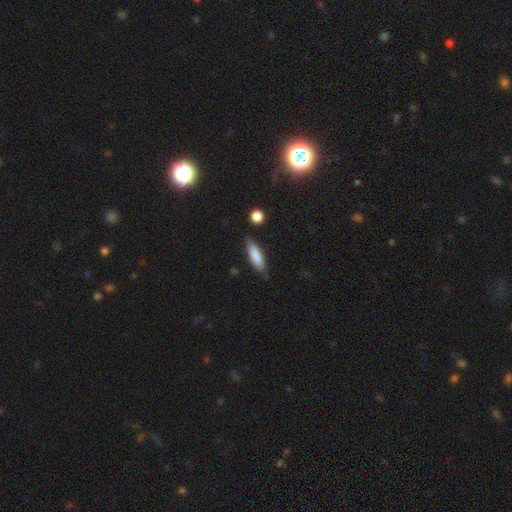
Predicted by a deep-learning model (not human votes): Morphology: type=smooth (82%); roundness=cigar-shaped (61%); merging=none (80%).